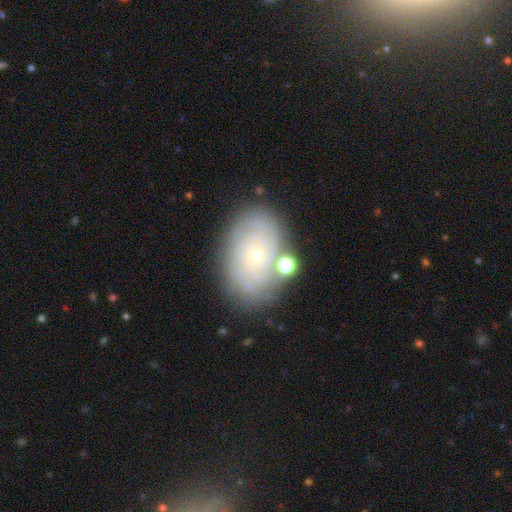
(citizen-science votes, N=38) Morphology: type=featured or disk (79%); edge-on=no (97%); bar=no (83%); spiral arms=yes (93%); winding=tight (78%); arm count=can't tell (48%); bulge=small (76%); merging=none (71%).